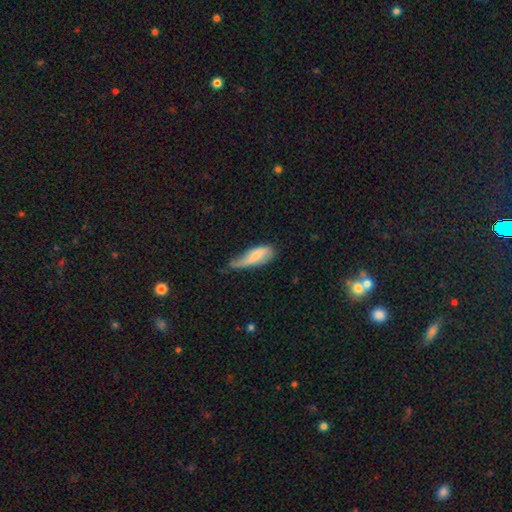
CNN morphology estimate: smooth_or_featured: smooth (p=0.61) [alt: featured or disk p=0.32]
how_rounded: in between (p=0.65) [alt: cigar-shaped p=0.33]
merging: minor disturbance (p=0.43) [alt: major disturbance p=0.29]